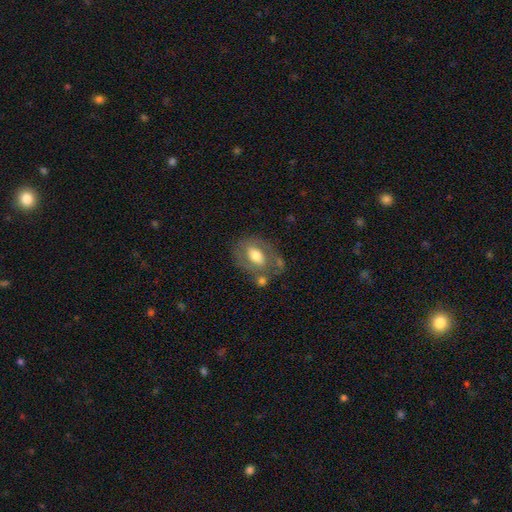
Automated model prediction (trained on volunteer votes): smooth-or-featured: featured or disk: 50% | smooth: 43% | star or artifact: 7%
  disk-edge-on: no: 93% | yes: 7%
  merging: none: 56% | minor disturbance: 20% | merger: 12% | major disturbance: 11%